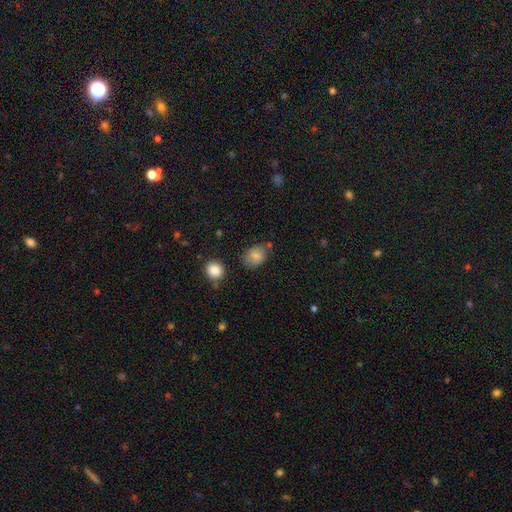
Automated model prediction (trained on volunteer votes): smooth_or_featured: smooth (p=0.81) [alt: featured or disk p=0.10]
how_rounded: in between (p=0.62) [alt: round p=0.37]
merging: none (p=0.68) [alt: minor disturbance p=0.21]